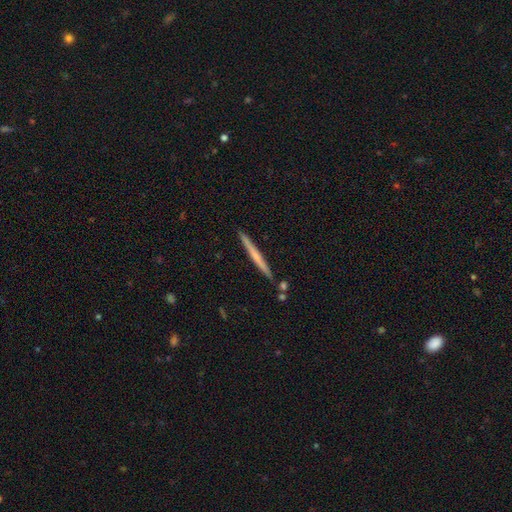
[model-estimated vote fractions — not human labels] featured or disk 50%, smooth 44%, star or artifact 6%. Down the decision tree: edge-on disk — yes (97%); merging — none (90%).